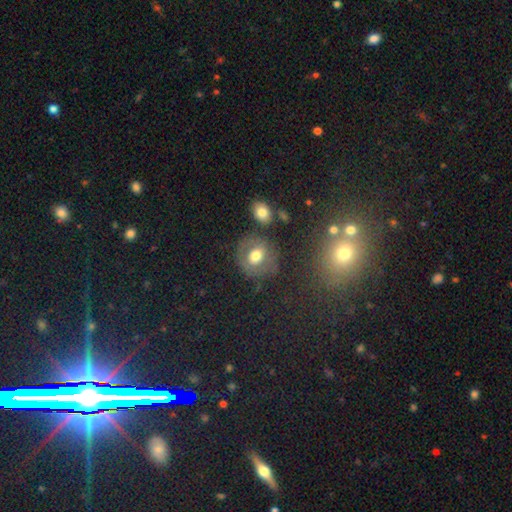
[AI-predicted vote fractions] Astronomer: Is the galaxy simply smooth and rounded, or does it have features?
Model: smooth — 56% (runner-up: featured or disk, 32%).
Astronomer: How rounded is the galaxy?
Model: round — 74%.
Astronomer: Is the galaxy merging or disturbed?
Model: none — 70%.